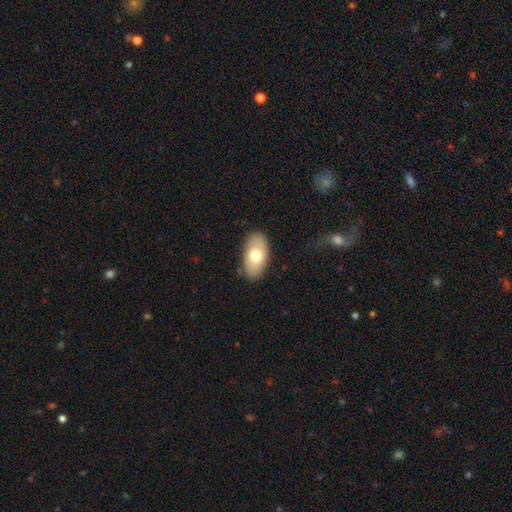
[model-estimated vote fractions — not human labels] smooth-or-featured: smooth: 68% | featured or disk: 26% | star or artifact: 6%
  how-rounded: in between: 94% | round: 4% | cigar-shaped: 2%
  merging: none: 84% | minor disturbance: 12% | major disturbance: 3% | merger: 1%